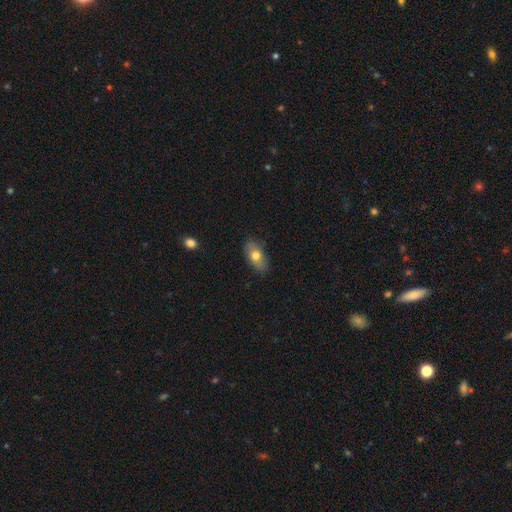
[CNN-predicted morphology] Q: Smooth or featured?
A: smooth (71%); runner-up: featured or disk (21%)
Q: How rounded?
A: in between (88%); runner-up: round (8%)
Q: Merging?
A: none (80%); runner-up: minor disturbance (16%)